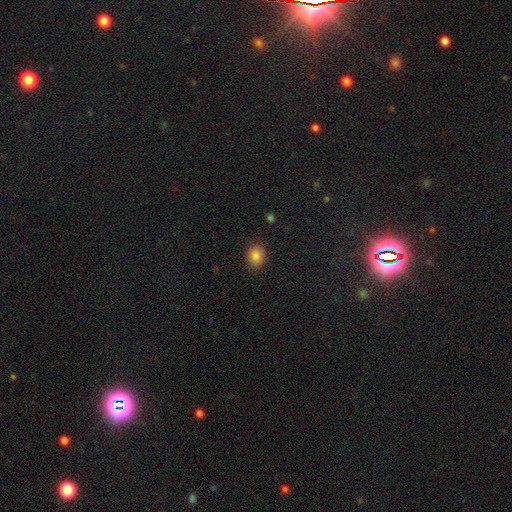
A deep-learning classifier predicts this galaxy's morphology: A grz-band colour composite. It shows a smooth galaxy with no disk features (85%) that is round (55%). Merging: none (87%).